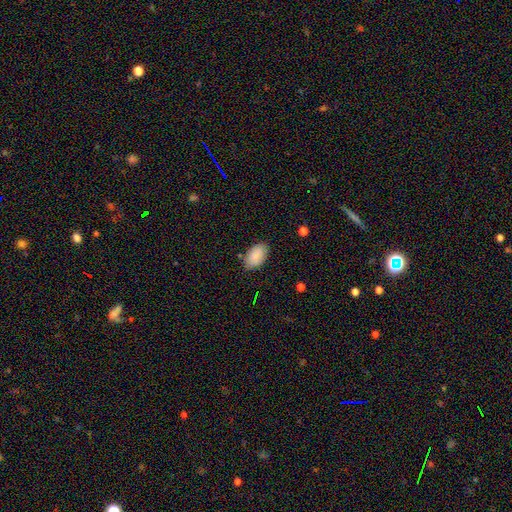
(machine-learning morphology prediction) A smooth galaxy with no disk features (88%) that is in between round and cigar-shaped (94%).

Vote fractions:
- Smooth or featured? smooth: 88% / star or artifact: 7% / featured or disk: 5%
- How rounded? in between: 94% / round: 5% / cigar-shaped: 1%
- Merging? none: 83% / minor disturbance: 13% / major disturbance: 3% / merger: 1%